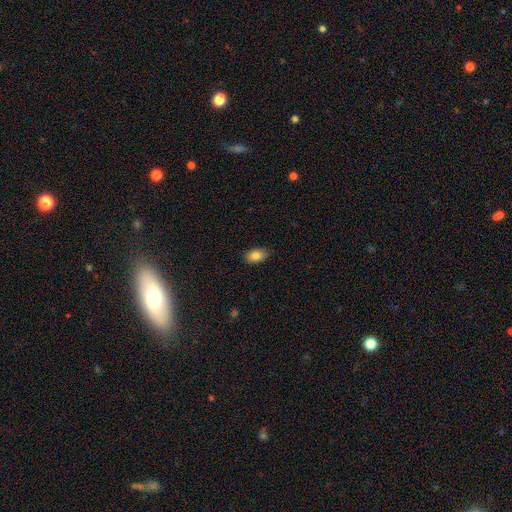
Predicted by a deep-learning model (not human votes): Smooth or featured: smooth — 84% (star or artifact — 8%)
How rounded: in between — 90% (round — 8%)
Merging: none — 86% (minor disturbance — 11%)